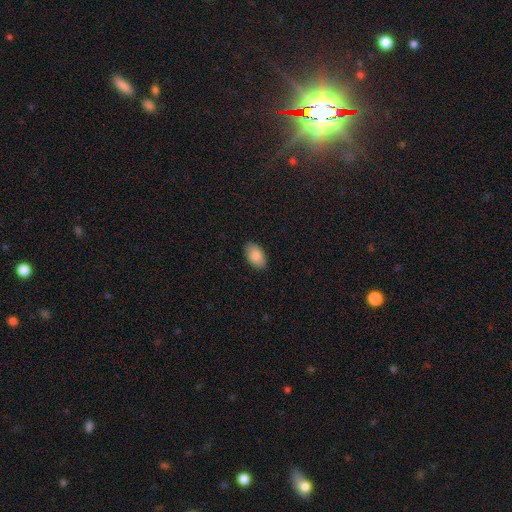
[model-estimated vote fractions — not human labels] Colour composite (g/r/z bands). It shows a smooth galaxy with no disk features (88%) that is in between round and cigar-shaped (94%). Merging: none (88%).